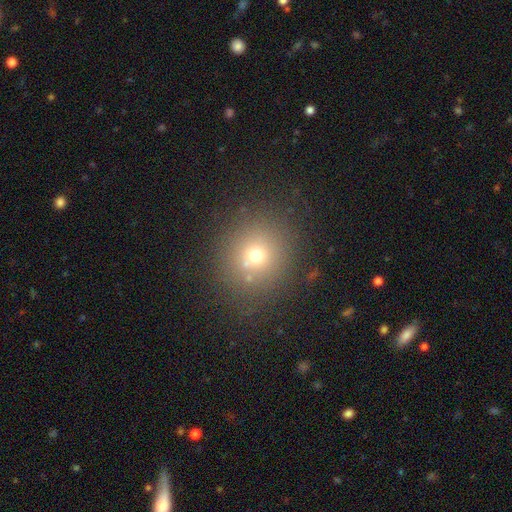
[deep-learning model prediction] Smooth or featured? smooth (66%)
How rounded? round (87%)
Merging? none (79%)